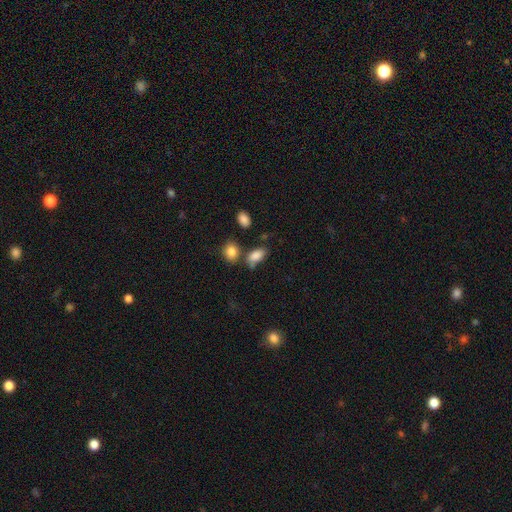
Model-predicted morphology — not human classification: A smooth galaxy with no disk features (85%) that is in between round and cigar-shaped (89%). Merging: none (58%).